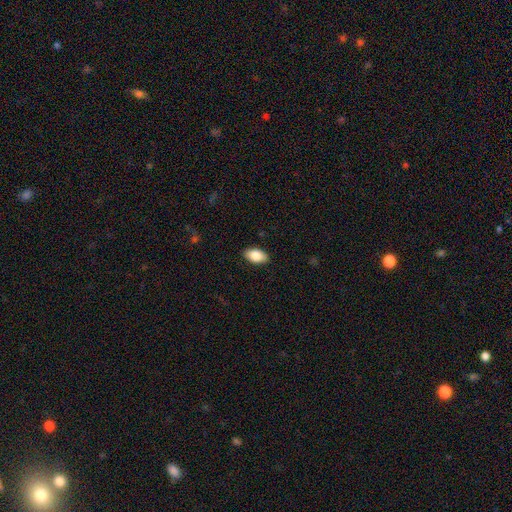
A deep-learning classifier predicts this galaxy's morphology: The model was most divided on "smooth or featured": smooth: 85%, featured or disk: 8%, star or artifact: 7%. More confident: how rounded — in between (94%); merging — none (88%).